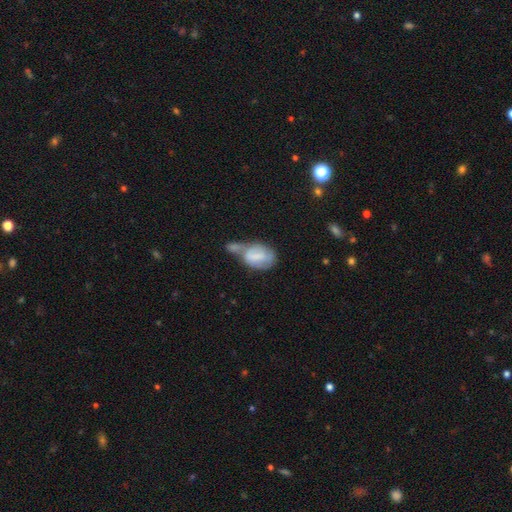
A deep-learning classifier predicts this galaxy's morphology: Smooth or featured?
  - smooth: 60% *
  - featured or disk: 32%
  - star or artifact: 8%
How rounded?
  - in between: 86% *
  - round: 11%
  - cigar-shaped: 3%
Merging?
  - merger: 54% *
  - minor disturbance: 16%
  - none: 15%
  - major disturbance: 15%